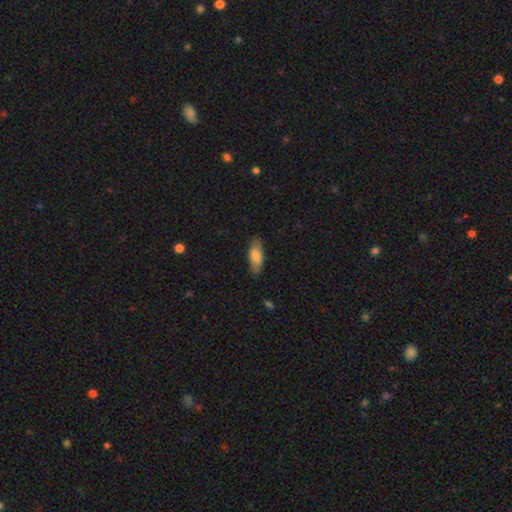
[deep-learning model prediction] Smooth or featured? Predicted: smooth (p=0.78). How rounded? Predicted: in between (p=0.71). Merging? Predicted: none (p=0.80).